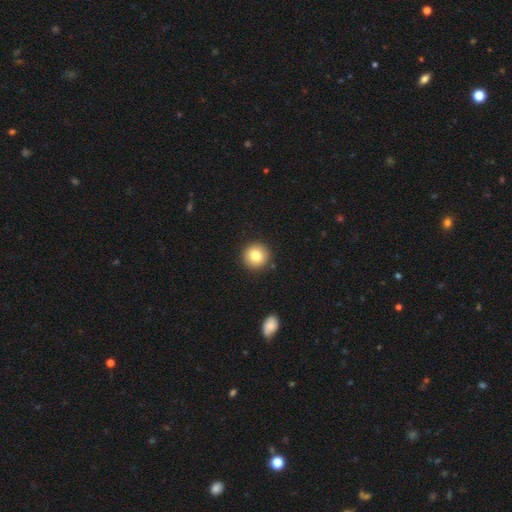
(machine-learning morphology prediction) A smooth galaxy with no disk features (81%) that is round (94%). Merging: none (91%).